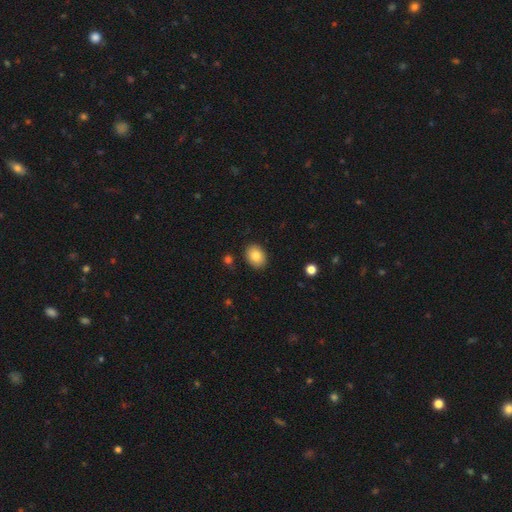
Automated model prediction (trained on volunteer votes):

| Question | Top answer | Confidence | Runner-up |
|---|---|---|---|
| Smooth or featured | smooth | 83% | featured or disk (9%) |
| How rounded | in between | 65% | round (34%) |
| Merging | none | 88% | minor disturbance (8%) |